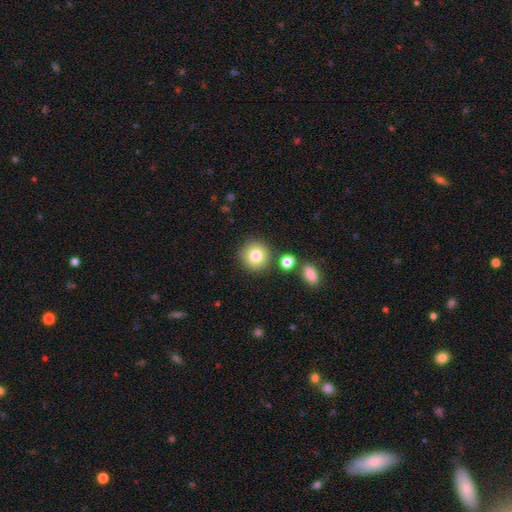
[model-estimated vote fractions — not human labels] Smooth or featured? smooth (81%)
How rounded? round (92%)
Merging? none (81%)